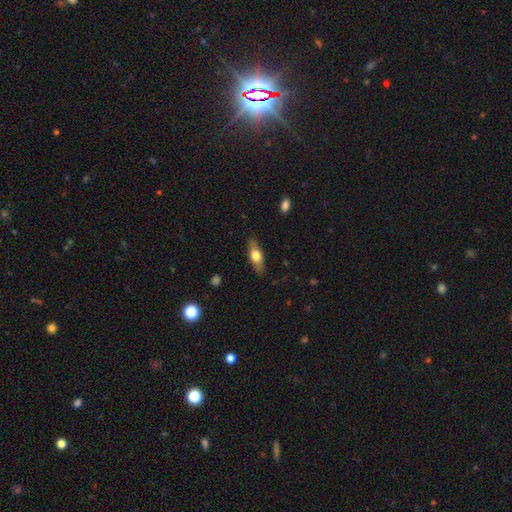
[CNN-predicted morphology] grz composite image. It shows a smooth galaxy with no disk features (56%) that is in between round and cigar-shaped (62%). Merging: none (85%).